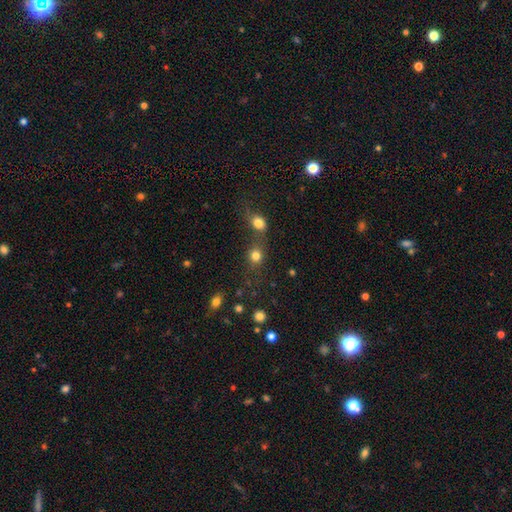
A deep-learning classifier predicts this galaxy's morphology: smooth-or-featured: smooth: 80% | star or artifact: 13% | featured or disk: 7%
  how-rounded: round: 78% | in between: 21% | cigar-shaped: 1%
  merging: none: 47% | merger: 39% | minor disturbance: 9% | major disturbance: 6%